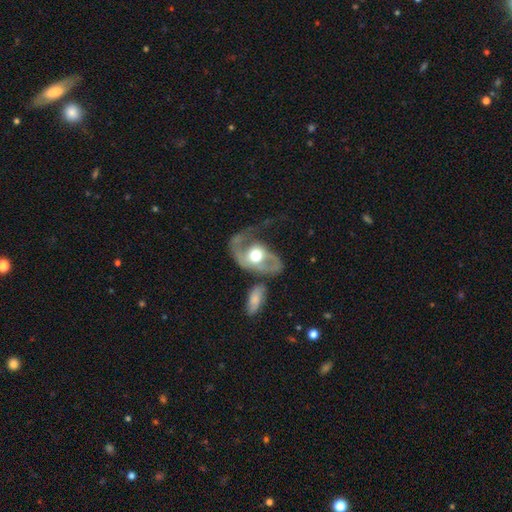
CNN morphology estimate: This appears to be a featured or disk galaxy (75%) with no bar (72%), 2 (52%) loose (44%) spiral arms (80%) and a moderate central bulge (66%). Merging: major disturbance (43%).